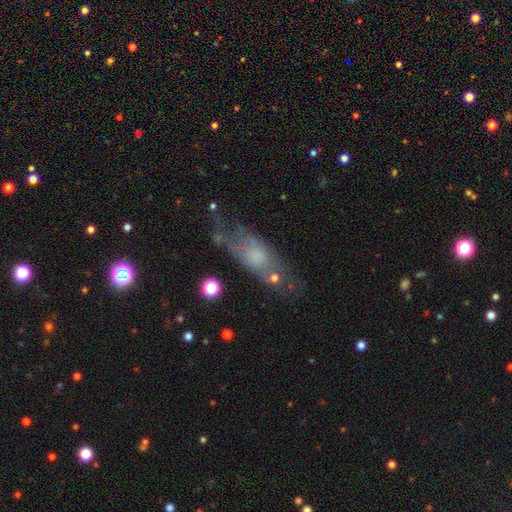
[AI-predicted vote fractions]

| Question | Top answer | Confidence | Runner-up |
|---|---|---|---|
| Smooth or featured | featured or disk | 48% | smooth (41%) |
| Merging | none | 50% | minor disturbance (25%) |